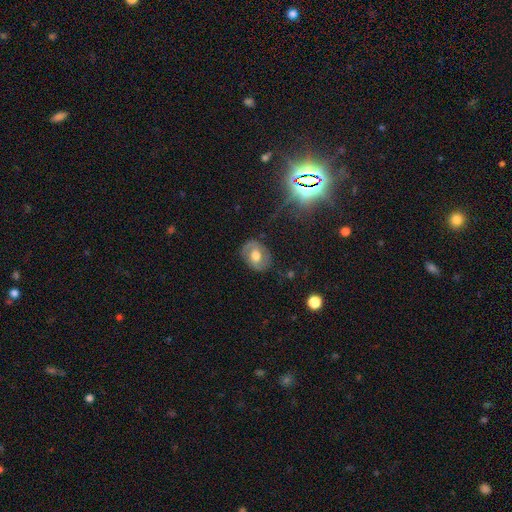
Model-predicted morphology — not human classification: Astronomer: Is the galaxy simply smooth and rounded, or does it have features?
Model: smooth — 45%, tied with featured or disk at 45%.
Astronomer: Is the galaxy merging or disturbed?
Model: none — 79%.